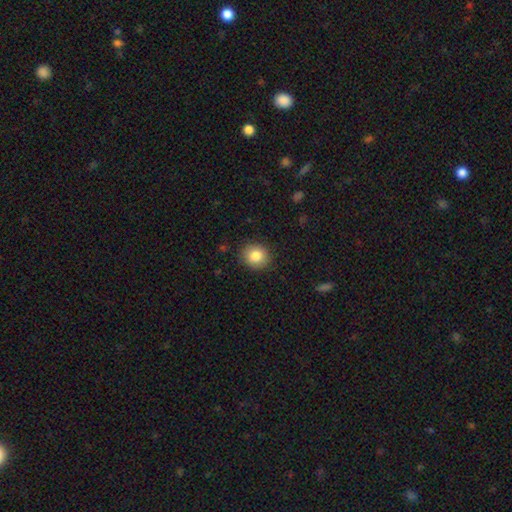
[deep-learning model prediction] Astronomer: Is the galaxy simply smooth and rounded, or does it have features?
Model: smooth — 84%.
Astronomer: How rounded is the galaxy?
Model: round — 81%.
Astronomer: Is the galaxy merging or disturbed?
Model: none — 89%.